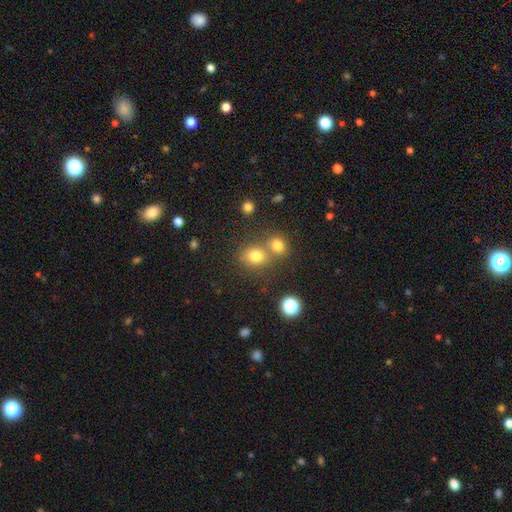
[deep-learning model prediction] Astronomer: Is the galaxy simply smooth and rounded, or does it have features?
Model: smooth — 76%.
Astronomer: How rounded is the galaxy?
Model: round — 69%.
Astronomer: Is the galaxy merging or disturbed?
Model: none — 52% (runner-up: merger, 35%).